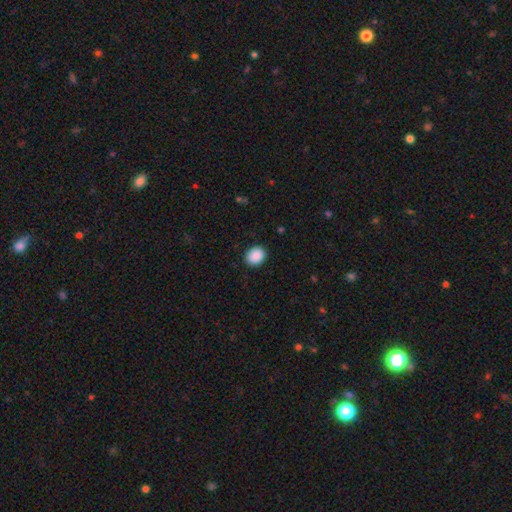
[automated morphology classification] Smooth or featured: smooth — 90% (star or artifact — 8%)
How rounded: round — 57% (in between — 42%)
Merging: none — 90% (minor disturbance — 7%)